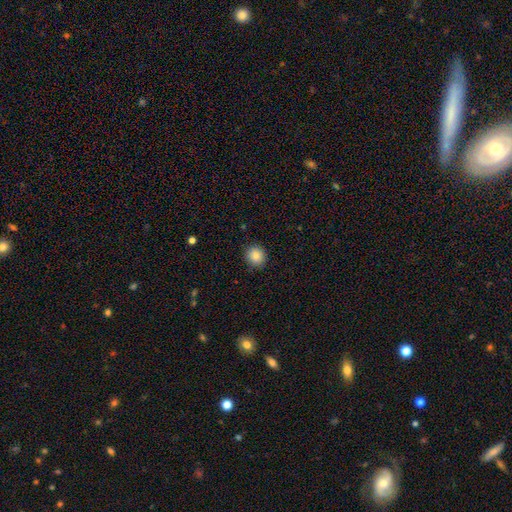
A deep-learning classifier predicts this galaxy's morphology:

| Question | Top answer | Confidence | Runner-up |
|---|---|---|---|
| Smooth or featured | smooth | 86% | star or artifact (9%) |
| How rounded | round | 87% | in between (13%) |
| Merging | none | 90% | minor disturbance (7%) |